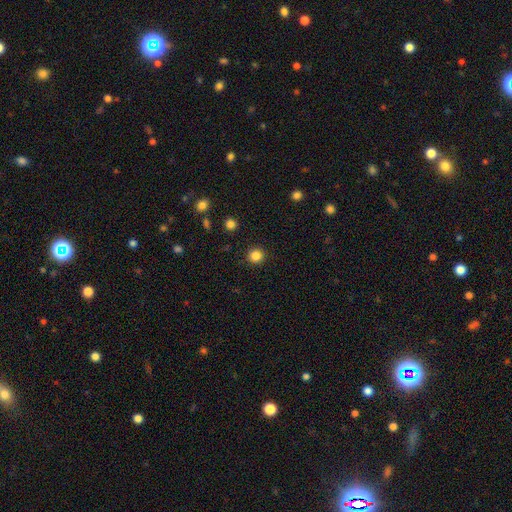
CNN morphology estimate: smooth_or_featured: smooth (p=0.85) [alt: star or artifact p=0.11]
how_rounded: round (p=0.93) [alt: in between p=0.06]
merging: none (p=0.92) [alt: minor disturbance p=0.05]